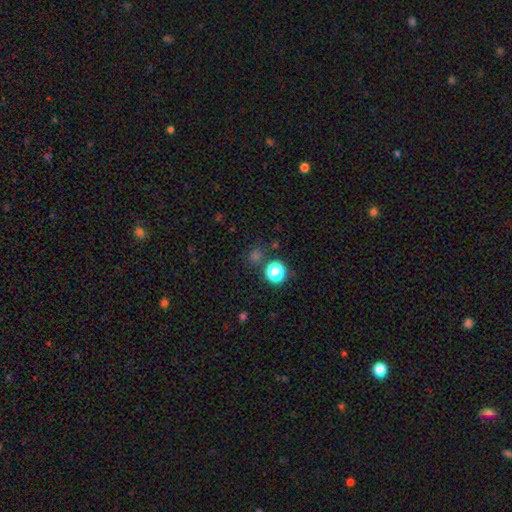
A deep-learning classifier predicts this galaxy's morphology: This appears to be a smooth galaxy with no disk features (61%) that is round (86%). Merging: none (77%).